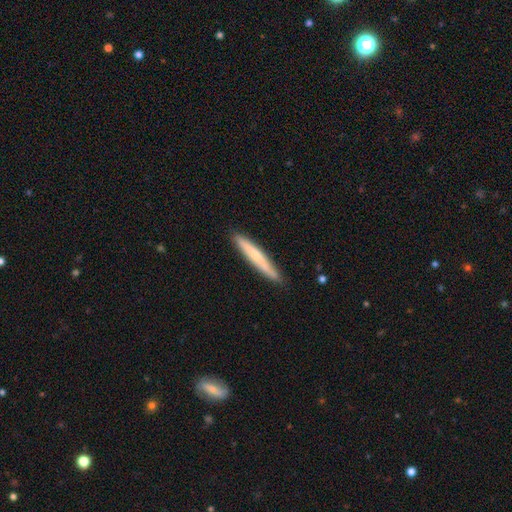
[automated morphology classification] This is likely a smooth galaxy (64%). How rounded: clearly cigar-shaped (96%). Merging: clearly none (88%).